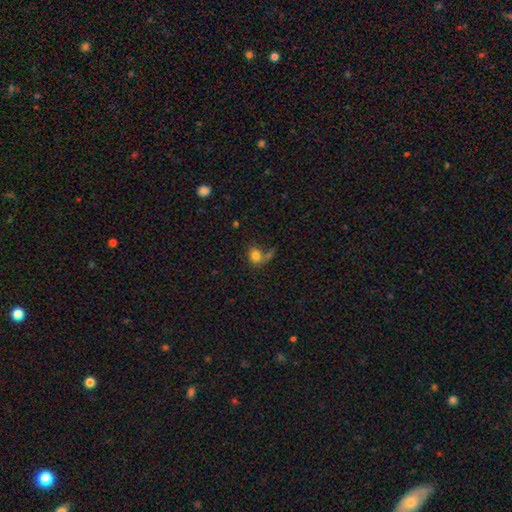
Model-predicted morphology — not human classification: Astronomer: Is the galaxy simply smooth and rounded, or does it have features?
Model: smooth — 79%.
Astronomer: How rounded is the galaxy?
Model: round — 56% (runner-up: in between, 43%).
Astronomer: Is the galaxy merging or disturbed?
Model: none — 45% (runner-up: merger, 23%).